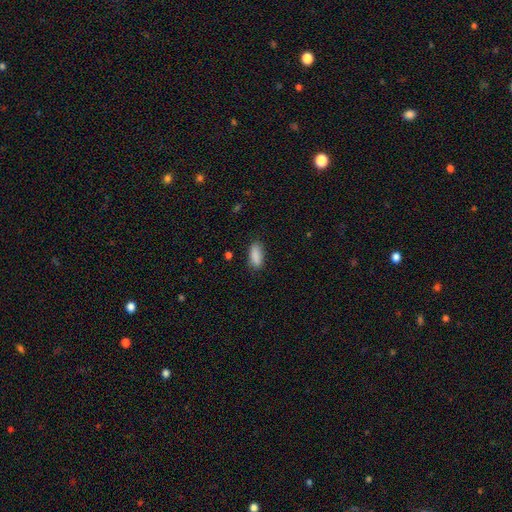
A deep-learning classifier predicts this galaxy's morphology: This is clearly a smooth galaxy (89%). How rounded: clearly in between (83%). Merging: clearly none (82%).